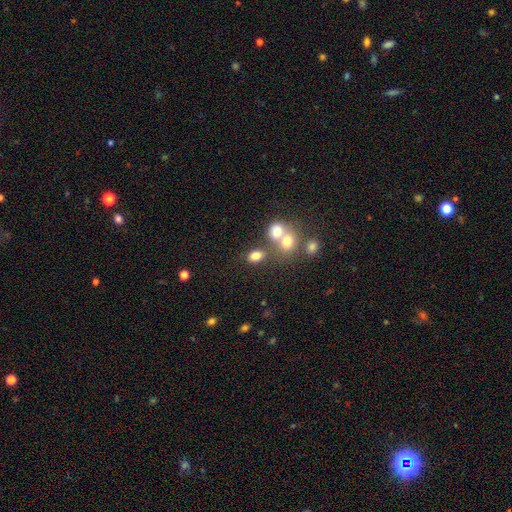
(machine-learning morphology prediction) type=smooth (77%); roundness=in between (65%); merging=none (56%).